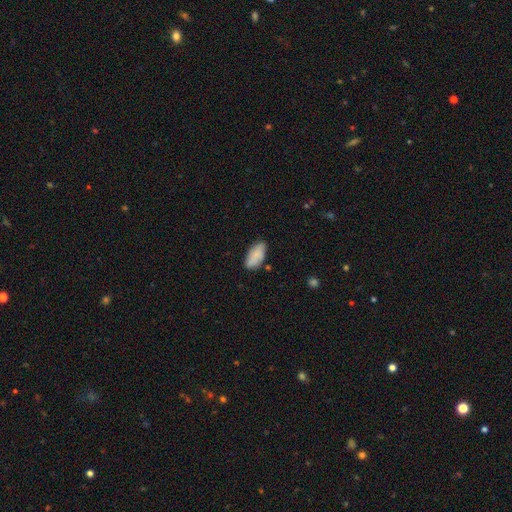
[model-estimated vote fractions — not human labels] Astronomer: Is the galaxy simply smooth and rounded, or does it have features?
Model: smooth — 83%.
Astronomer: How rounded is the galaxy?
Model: in between — 92%.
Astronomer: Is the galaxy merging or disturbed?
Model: none — 71%.